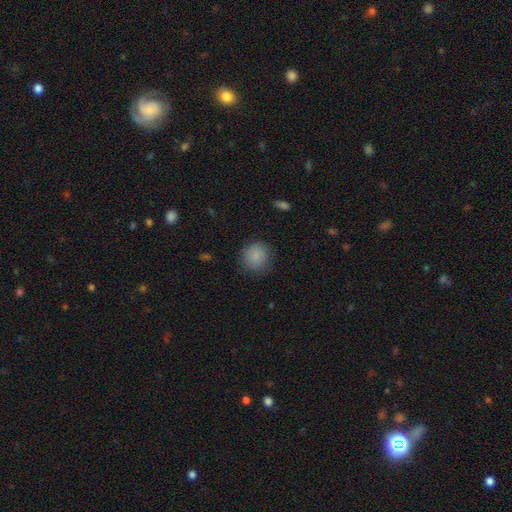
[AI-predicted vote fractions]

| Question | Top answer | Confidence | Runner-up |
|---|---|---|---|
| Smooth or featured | smooth | 86% | star or artifact (8%) |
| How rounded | round | 88% | in between (11%) |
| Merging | none | 81% | minor disturbance (14%) |